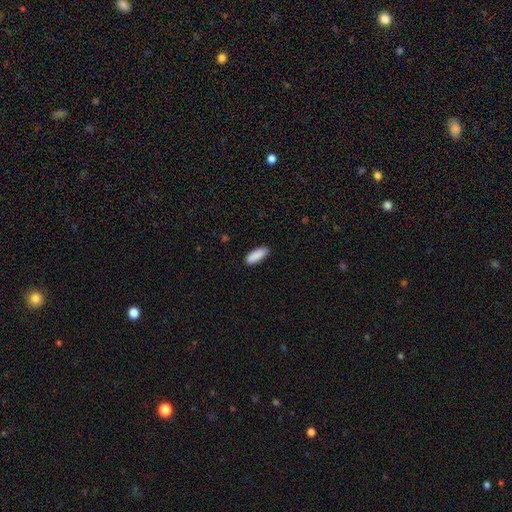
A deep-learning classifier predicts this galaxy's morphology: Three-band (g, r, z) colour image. It shows a smooth galaxy with no disk features (90%) that is in between round and cigar-shaped (65%). Merging: none (87%).